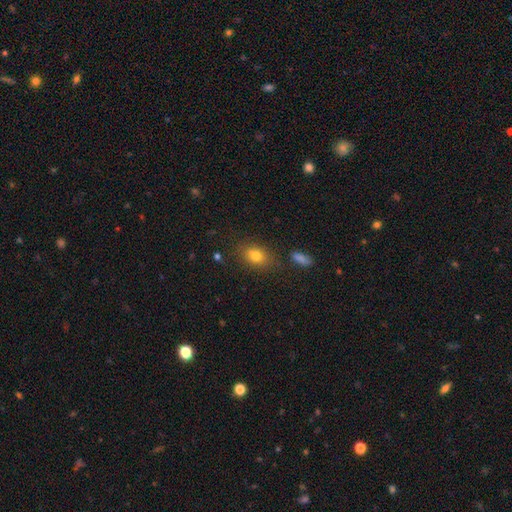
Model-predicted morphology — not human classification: Q: Smooth or featured?
A: smooth (78%); runner-up: star or artifact (11%)
Q: How rounded?
A: in between (74%); runner-up: round (24%)
Q: Merging?
A: none (80%); runner-up: minor disturbance (12%)